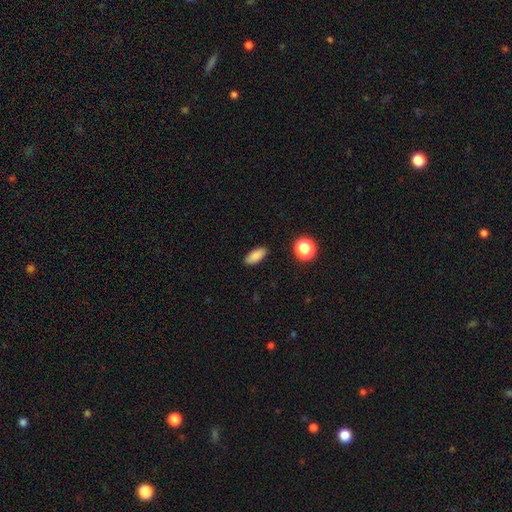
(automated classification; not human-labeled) Smooth or featured: smooth — 86% (star or artifact — 9%)
How rounded: in between — 83% (cigar-shaped — 13%)
Merging: none — 88% (minor disturbance — 8%)